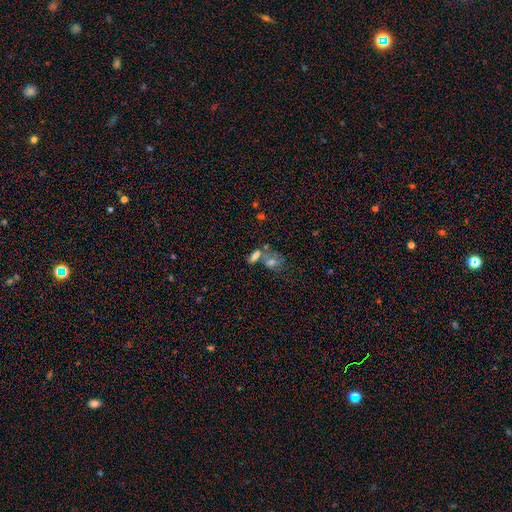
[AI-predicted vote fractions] Smooth or featured? smooth (71%)
How rounded? in between (78%)
Merging? merger (44%)